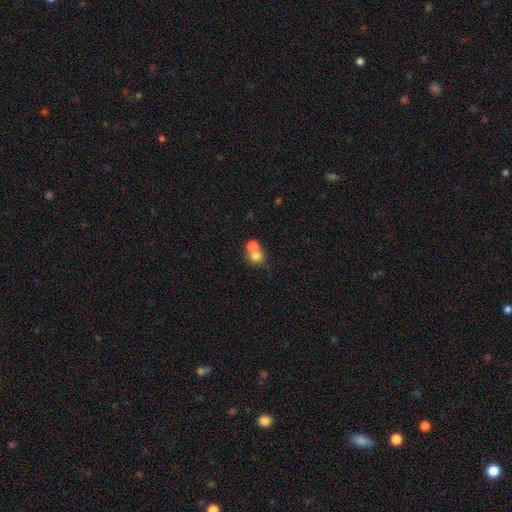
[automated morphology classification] This appears to be a smooth galaxy with no disk features (75%) that is round (80%). Merging: merger (59%).